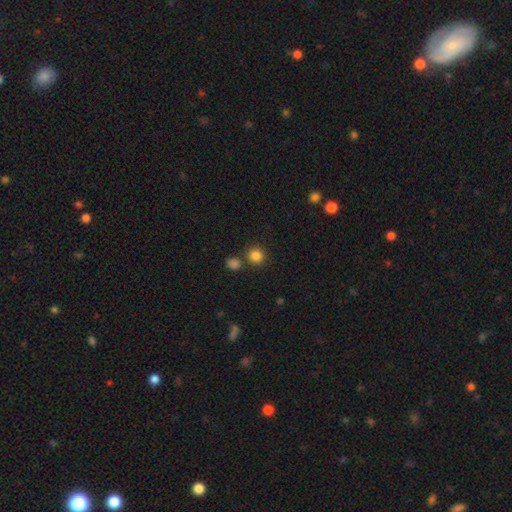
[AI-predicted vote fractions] A smooth galaxy with no disk features (84%) that is round (92%). Merging: none (78%).